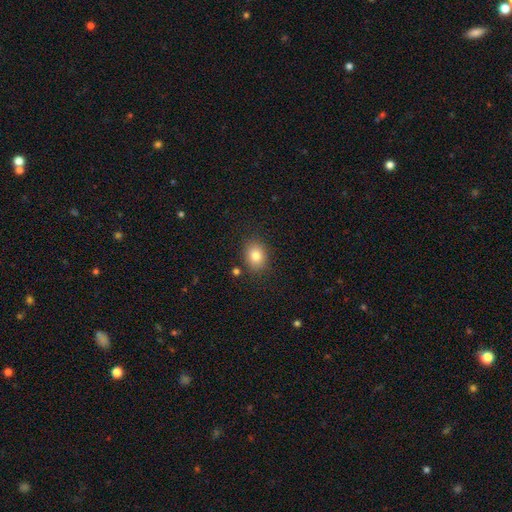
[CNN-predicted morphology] smooth-or-featured: smooth: 82% | star or artifact: 10% | featured or disk: 8%
  how-rounded: in between: 53% | round: 46% | cigar-shaped: 1%
  merging: none: 84% | minor disturbance: 10% | merger: 3% | major disturbance: 3%